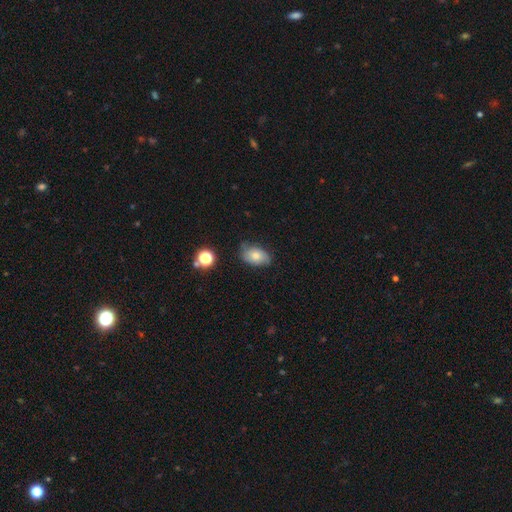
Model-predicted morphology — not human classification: Overall: smooth (69%). How rounded: in between (87%). Merging: none (65%; minor disturbance 27%).